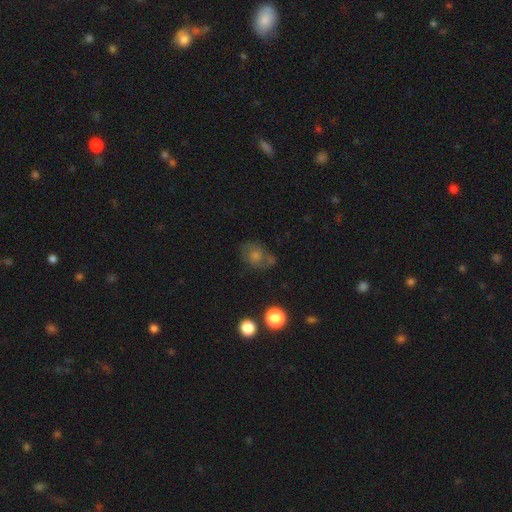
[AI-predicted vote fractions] A smooth galaxy with no disk features (56%) that is round (61%). Merging: none (62%).